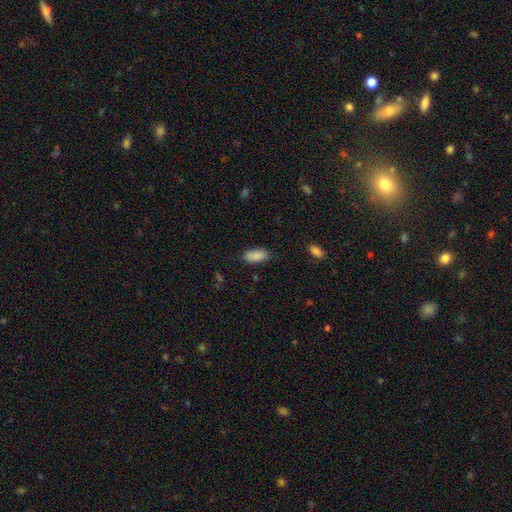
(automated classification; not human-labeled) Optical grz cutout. It shows a smooth galaxy with no disk features (89%) that is in between round and cigar-shaped (89%). Merging: none (84%).